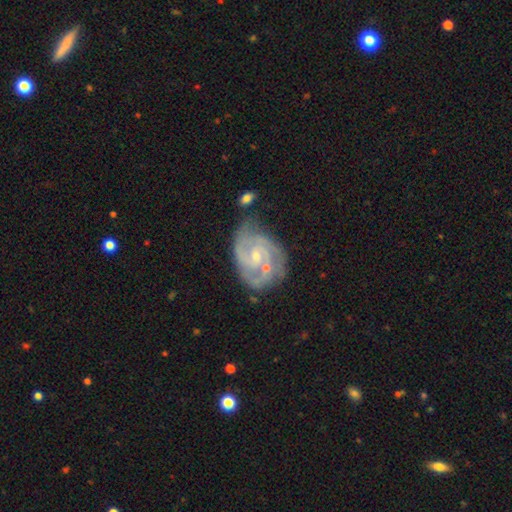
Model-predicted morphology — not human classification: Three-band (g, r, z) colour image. It shows a featured or disk galaxy (87%) with no bar (52%), 2 (46%) tight (55%) spiral arms (96%) and a small central bulge (66%). Merging: none (52%).